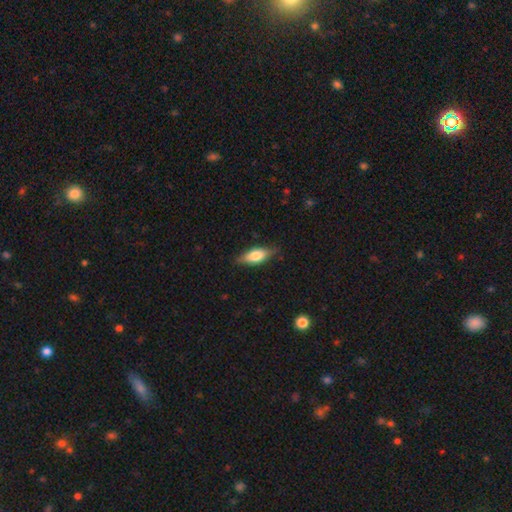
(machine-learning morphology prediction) Smooth or featured: smooth — 71% (featured or disk — 23%)
How rounded: in between — 75% (cigar-shaped — 22%)
Merging: none — 81% (minor disturbance — 15%)